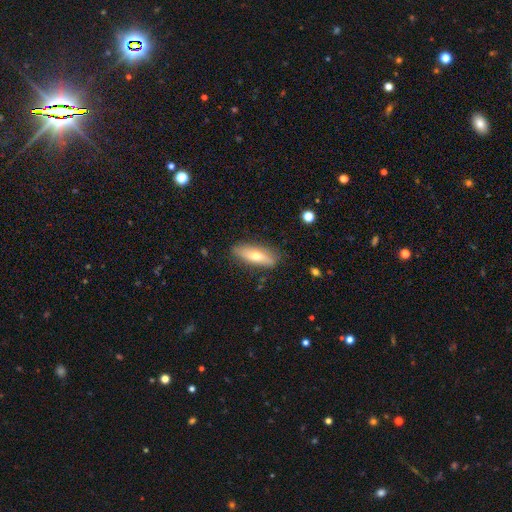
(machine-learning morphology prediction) Smooth or featured: smooth — 60% (featured or disk — 33%)
How rounded: in between — 61% (cigar-shaped — 37%)
Merging: none — 81% (minor disturbance — 15%)